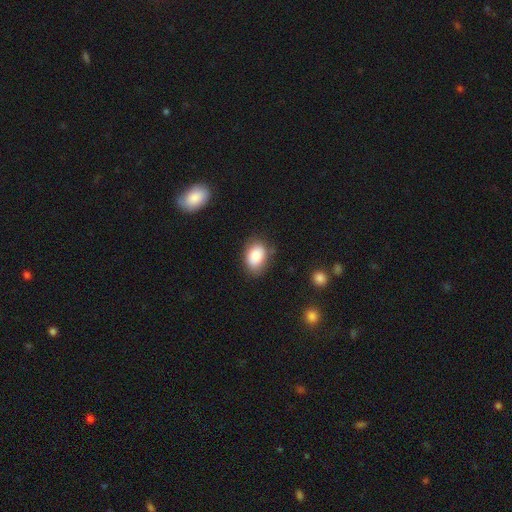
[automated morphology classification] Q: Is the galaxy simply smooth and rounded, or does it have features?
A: smooth — 83%.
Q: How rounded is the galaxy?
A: in between — 80%.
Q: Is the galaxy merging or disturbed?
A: none — 72%.